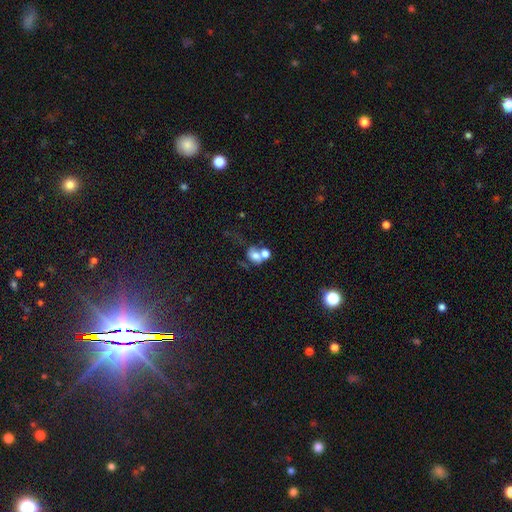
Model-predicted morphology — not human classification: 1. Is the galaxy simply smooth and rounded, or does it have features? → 62% smooth, 25% featured or disk, 13% star or artifact.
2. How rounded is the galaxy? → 51% in between, 48% round, 1% cigar-shaped.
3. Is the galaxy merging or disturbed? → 56% merger, 20% none, 14% major disturbance, 10% minor disturbance.